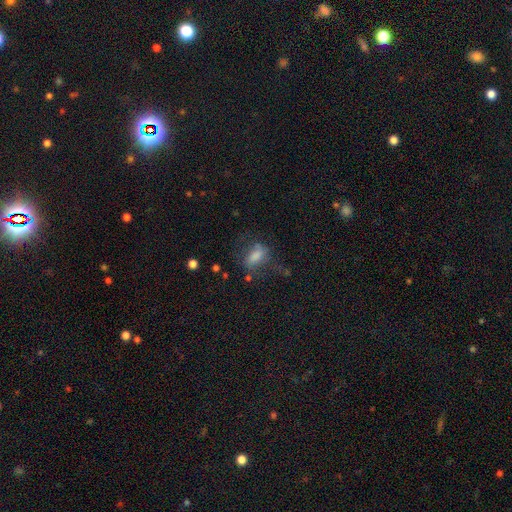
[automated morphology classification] Smooth or featured? Predicted: smooth (p=0.56). How rounded? Predicted: in between (p=0.80). Merging? Predicted: none (p=0.48).